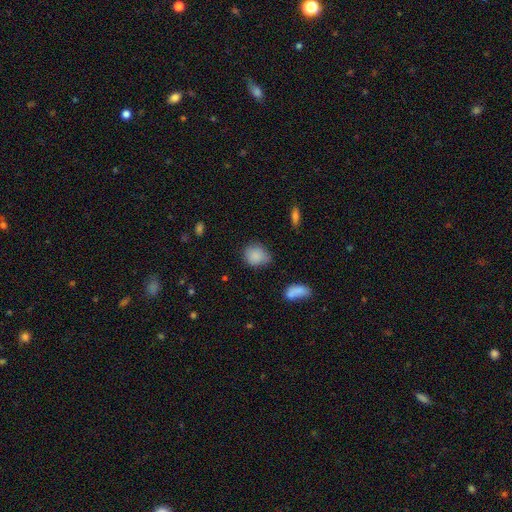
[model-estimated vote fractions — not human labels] Q: Smooth or featured?
A: smooth (85%); runner-up: star or artifact (9%)
Q: How rounded?
A: round (65%); runner-up: in between (33%)
Q: Merging?
A: none (63%); runner-up: minor disturbance (27%)